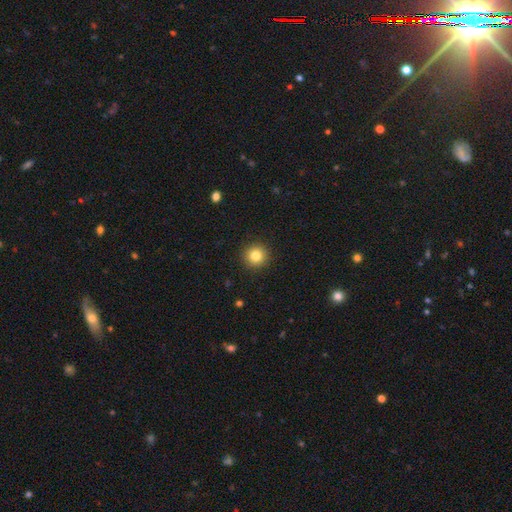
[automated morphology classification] A smooth galaxy with no disk features (82%) that is round (95%). Merging: none (92%).